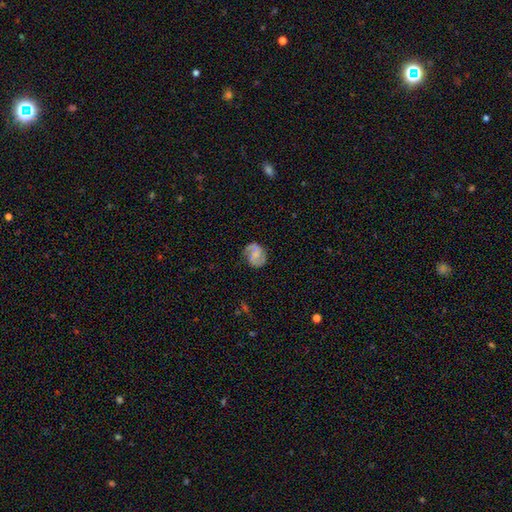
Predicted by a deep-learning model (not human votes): A featured or disk galaxy (71%) with no bar (52%), 2 (86%) medium (50%) spiral arms (94%) and a small central bulge (45%).

Vote fractions:
- Smooth or featured? featured or disk: 71% / smooth: 23% / star or artifact: 7%
- Edge-on disk? no: 98% / yes: 2%
- Bar? no: 52% / weak: 40% / strong: 8%
- Spiral arms? yes: 94% / no: 6%
- Spiral winding? medium: 50% / tight: 27% / loose: 22%
- Spiral arm count? 2: 86% / can't tell: 6% / 1: 4% / 3: 2% / 4: 1% / more than 4: 1%
- Bulge size? small: 45% / none: 29% / moderate: 22% / large: 2% / dominant: 1%
- Merging? none: 72% / minor disturbance: 19% / major disturbance: 7% / merger: 2%